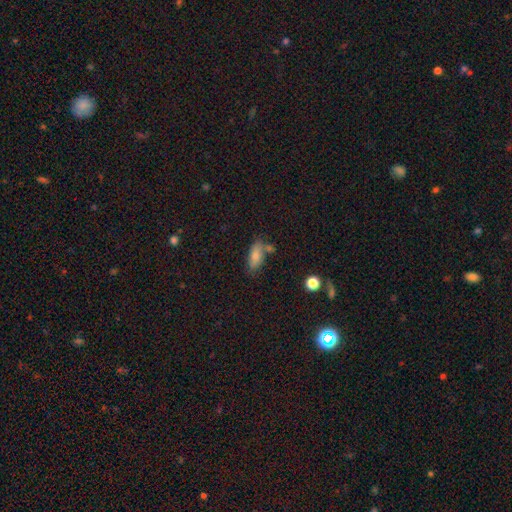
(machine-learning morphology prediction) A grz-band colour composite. It shows a smooth galaxy with no disk features (77%) that is in between round and cigar-shaped (77%). Merging: none (59%).